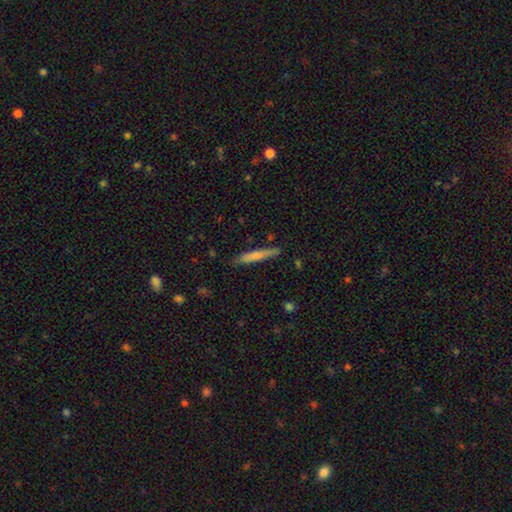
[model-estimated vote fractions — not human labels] The model was most divided on "smooth or featured": smooth: 67%, featured or disk: 27%, star or artifact: 6%. More confident: how rounded — cigar-shaped (94%); merging — none (86%).